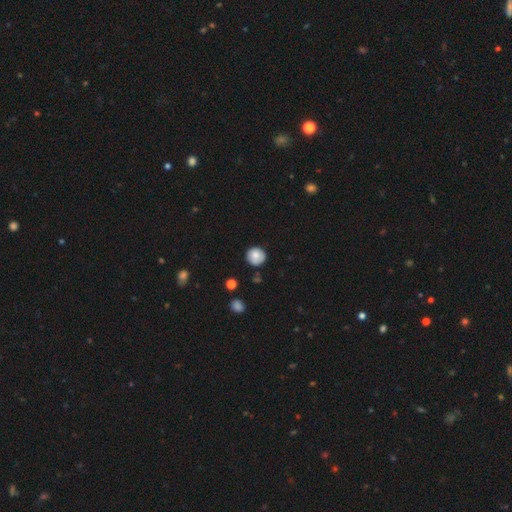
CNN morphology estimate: Smooth or featured? Predicted: smooth (p=0.80). How rounded? Predicted: round (p=0.91). Merging? Predicted: none (p=0.83).